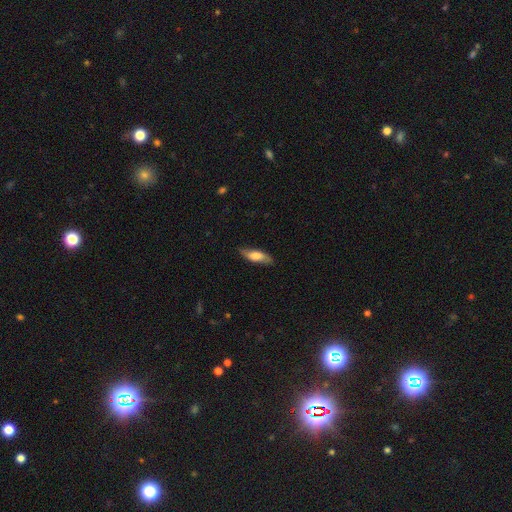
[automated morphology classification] Overall: smooth (57%; featured or disk 36%). How rounded: in between (57%; cigar-shaped 40%). Merging: none (79%).